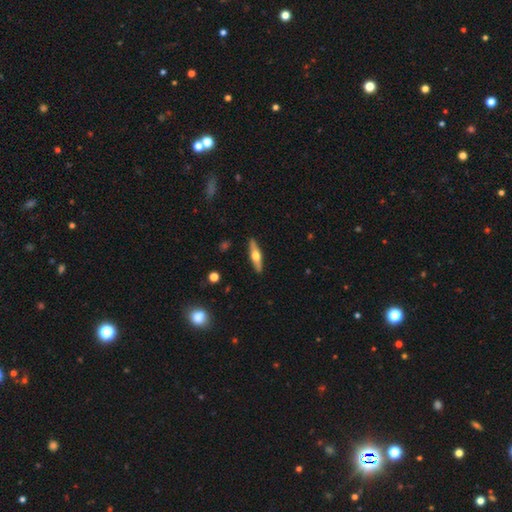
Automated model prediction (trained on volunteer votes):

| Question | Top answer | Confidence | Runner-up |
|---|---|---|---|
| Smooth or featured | featured or disk | 60% | smooth (35%) |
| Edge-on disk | yes | 94% | no (6%) |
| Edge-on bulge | rounded | 95% | boxy (3%) |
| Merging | none | 90% | minor disturbance (7%) |